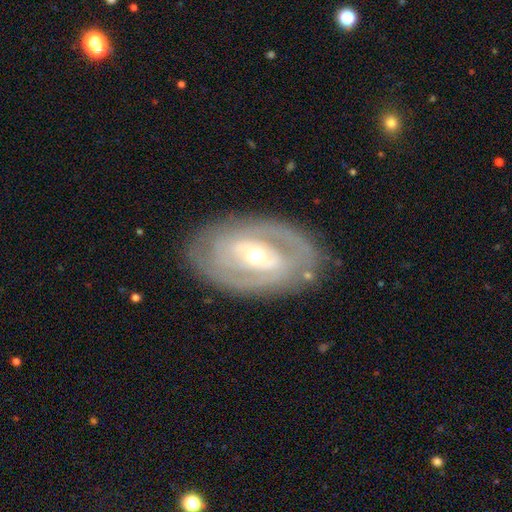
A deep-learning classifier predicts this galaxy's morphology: Q: Smooth or featured?
A: featured or disk (80%); runner-up: smooth (14%)
Q: Edge-on disk?
A: no (94%); runner-up: yes (6%)
Q: Bar?
A: weak (37%); runner-up: no (33%)
Q: Spiral arms?
A: yes (67%); runner-up: no (33%)
Q: Spiral winding?
A: tight (64%); runner-up: medium (27%)
Q: Spiral arm count?
A: 2 (53%); runner-up: can't tell (30%)
Q: Bulge size?
A: moderate (63%); runner-up: small (31%)
Q: Merging?
A: none (81%); runner-up: minor disturbance (13%)